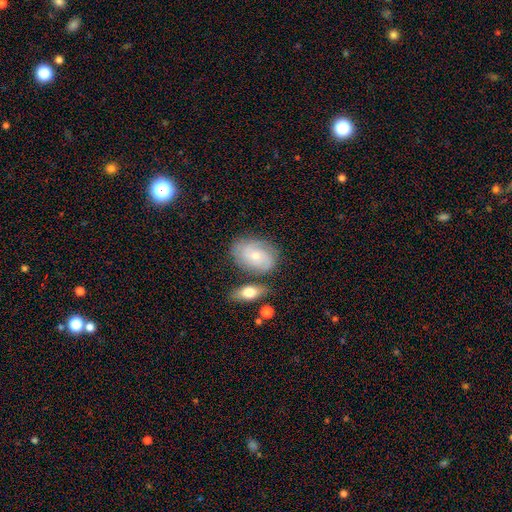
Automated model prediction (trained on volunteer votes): Overall: featured or disk (56%; smooth 37%). Edge-on disk: no (95%). Bar: no (74%). Spiral arms: yes (83%). Bulge size: small (58%; moderate 38%). Merging: none (67%).